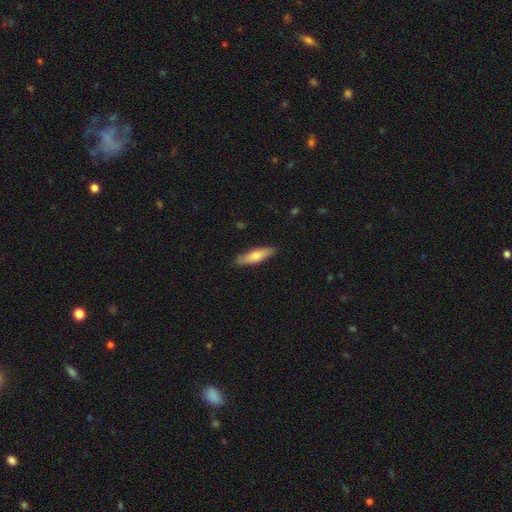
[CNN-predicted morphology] Overall: smooth (71%). How rounded: cigar-shaped (63%; in between 36%). Merging: none (86%).